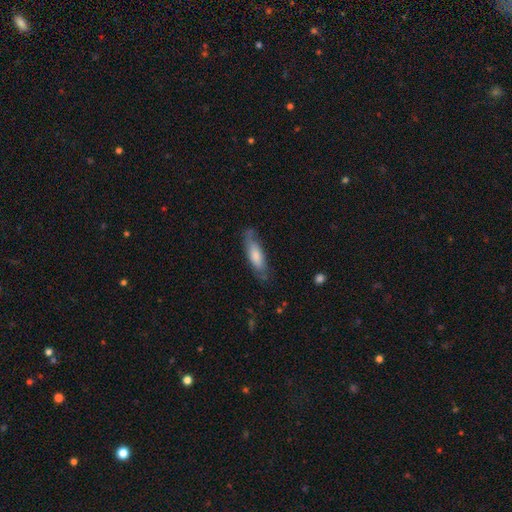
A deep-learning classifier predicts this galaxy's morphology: smooth-or-featured: smooth: 67% | featured or disk: 27% | star or artifact: 6%
  how-rounded: in between: 50% | cigar-shaped: 49% | round: 2%
  merging: none: 69% | minor disturbance: 23% | major disturbance: 7% | merger: 2%